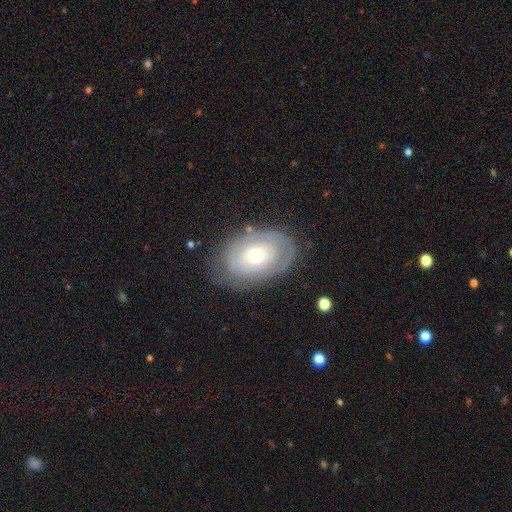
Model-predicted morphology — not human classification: Smooth or featured? Predicted: featured or disk (p=0.61). Edge-on disk? Predicted: no (p=0.93). Bar? Predicted: no (p=0.86). Spiral arms? Predicted: no (p=0.55). Bulge size? Predicted: moderate (p=0.63). Merging? Predicted: none (p=0.72).